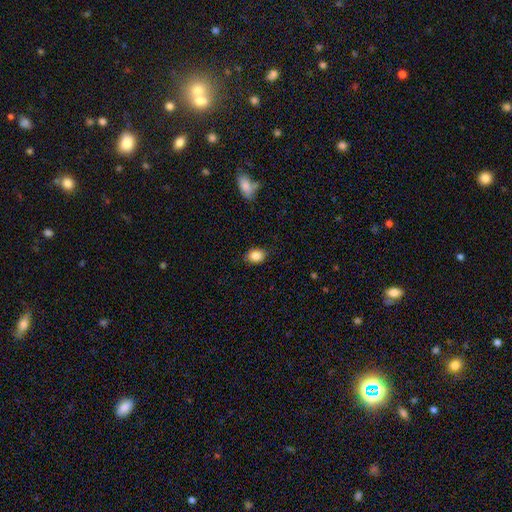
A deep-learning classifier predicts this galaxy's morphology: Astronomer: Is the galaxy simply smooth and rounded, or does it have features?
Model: smooth — 87%.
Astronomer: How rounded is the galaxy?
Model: in between — 61% (runner-up: round, 37%).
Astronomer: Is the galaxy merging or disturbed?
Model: none — 83%.